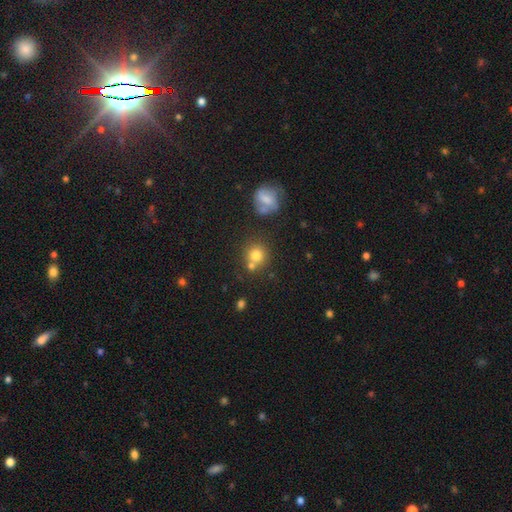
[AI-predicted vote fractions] This appears to be a smooth galaxy with no disk features (75%) that is round (89%). Merging: none (60%).